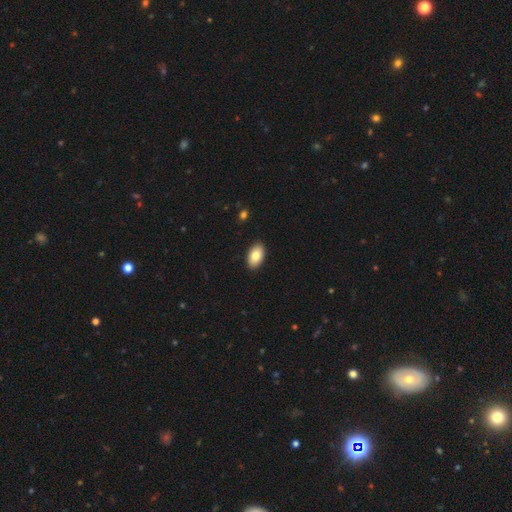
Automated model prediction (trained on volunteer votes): smooth_or_featured: smooth (p=0.82) [alt: featured or disk p=0.11]
how_rounded: in between (p=0.93) [alt: round p=0.05]
merging: none (p=0.90) [alt: minor disturbance p=0.07]